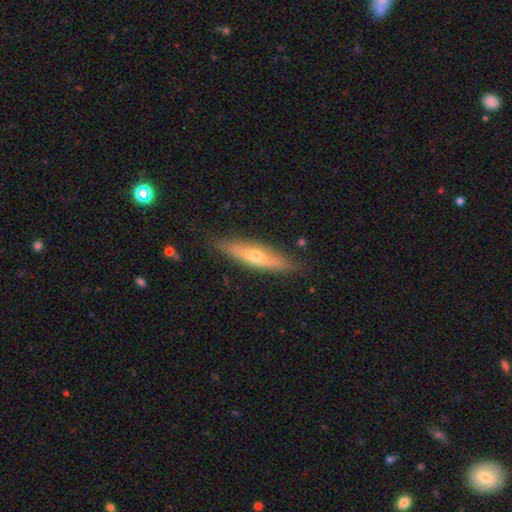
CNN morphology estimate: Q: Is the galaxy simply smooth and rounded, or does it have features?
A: featured or disk — 54%.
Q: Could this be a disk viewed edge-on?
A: yes — 86%.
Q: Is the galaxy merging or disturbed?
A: none — 86%.